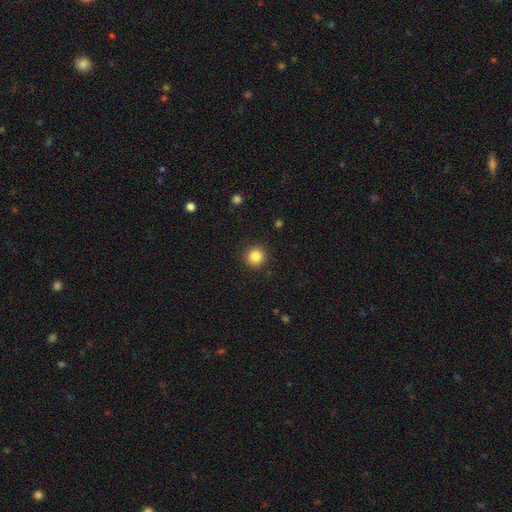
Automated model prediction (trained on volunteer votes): Smooth or featured?
  - smooth: 85% *
  - star or artifact: 10%
  - featured or disk: 5%
How rounded?
  - round: 93% *
  - in between: 6%
  - cigar-shaped: 1%
Merging?
  - none: 91% *
  - minor disturbance: 6%
  - major disturbance: 2%
  - merger: 1%